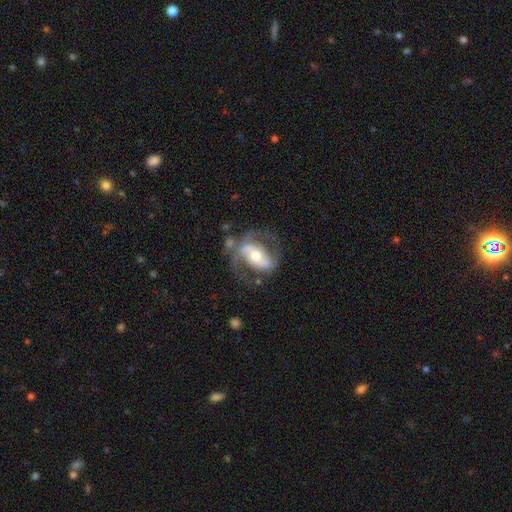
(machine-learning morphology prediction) This appears to be a featured or disk galaxy (75%) with a strong bar (43%), 2 (82%) medium (48%) spiral arms (75%) and a moderate central bulge (66%). Merging: none (56%).